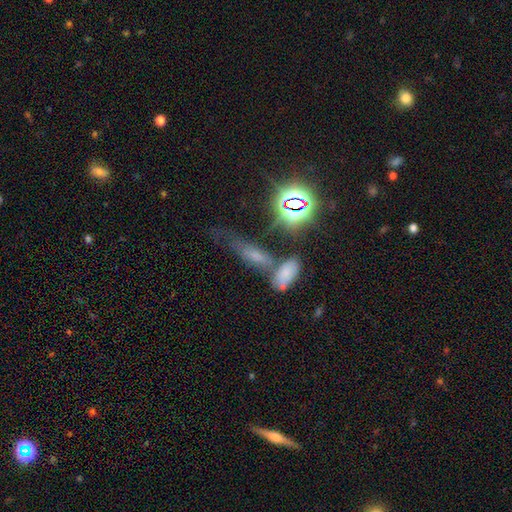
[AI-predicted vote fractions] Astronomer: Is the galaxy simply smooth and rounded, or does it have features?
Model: smooth — 51% (runner-up: star or artifact, 31%).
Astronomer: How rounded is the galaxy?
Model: in between — 67%.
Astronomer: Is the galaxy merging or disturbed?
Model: none — 38% (runner-up: merger, 27%).